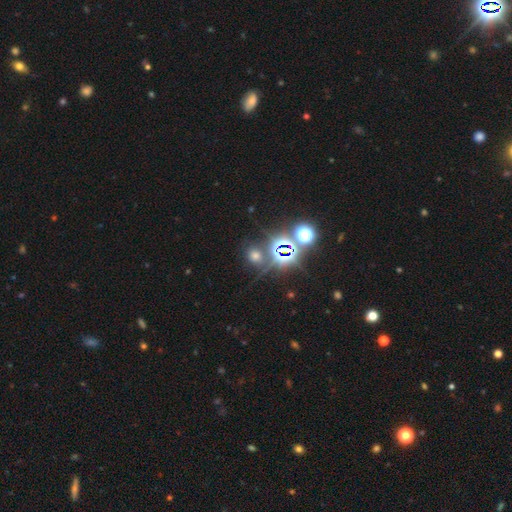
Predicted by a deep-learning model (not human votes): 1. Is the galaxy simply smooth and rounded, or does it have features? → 49% star or artifact, 43% smooth, 8% featured or disk.